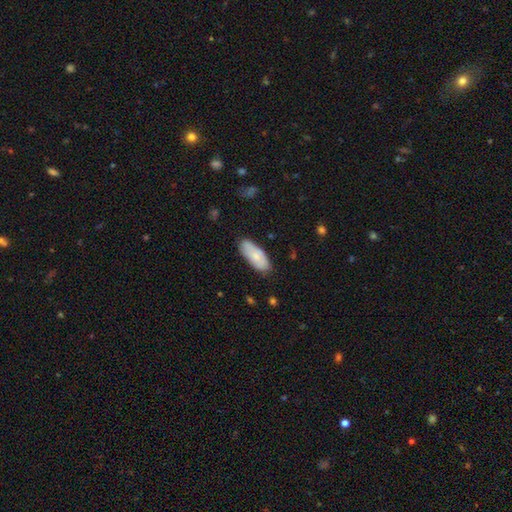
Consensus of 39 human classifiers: Overall: smooth (67%; featured or disk 33%). How rounded: in between (88%). Merging: none (72%).